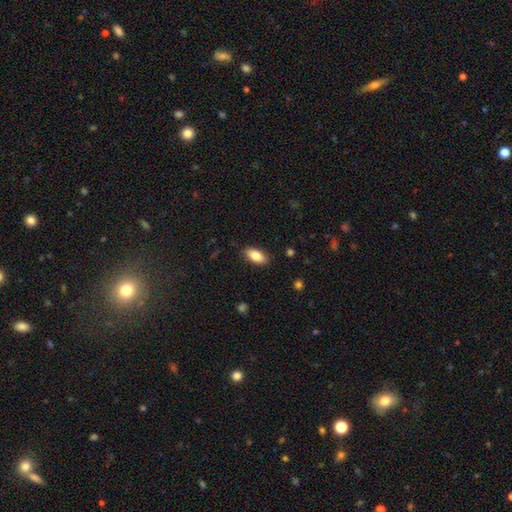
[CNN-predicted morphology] Q: Smooth or featured?
A: smooth (82%); runner-up: featured or disk (11%)
Q: How rounded?
A: in between (89%); runner-up: cigar-shaped (8%)
Q: Merging?
A: none (87%); runner-up: minor disturbance (9%)